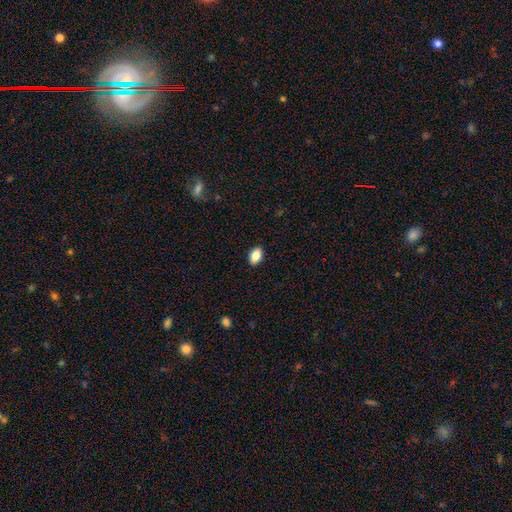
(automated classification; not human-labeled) Q: Smooth or featured?
A: smooth (86%); runner-up: star or artifact (8%)
Q: How rounded?
A: in between (90%); runner-up: round (9%)
Q: Merging?
A: none (90%); runner-up: minor disturbance (8%)